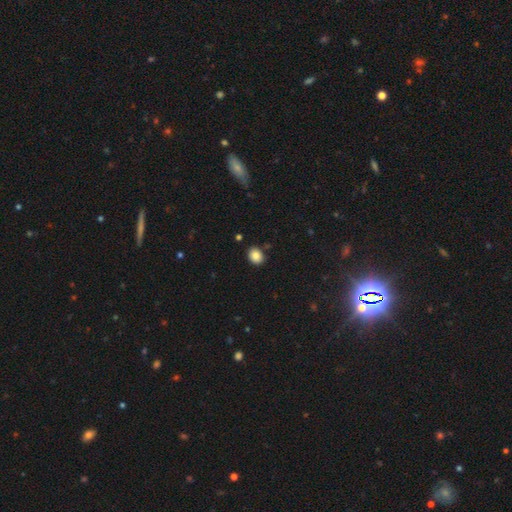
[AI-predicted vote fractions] Q: Smooth or featured?
A: smooth (85%); runner-up: star or artifact (9%)
Q: How rounded?
A: round (53%); runner-up: in between (47%)
Q: Merging?
A: none (87%); runner-up: minor disturbance (8%)